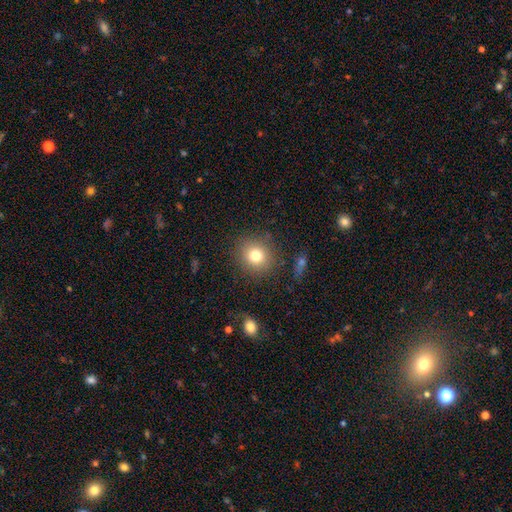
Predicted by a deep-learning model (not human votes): Q: Smooth or featured?
A: smooth (77%); runner-up: star or artifact (12%)
Q: How rounded?
A: round (89%); runner-up: in between (10%)
Q: Merging?
A: none (86%); runner-up: minor disturbance (9%)